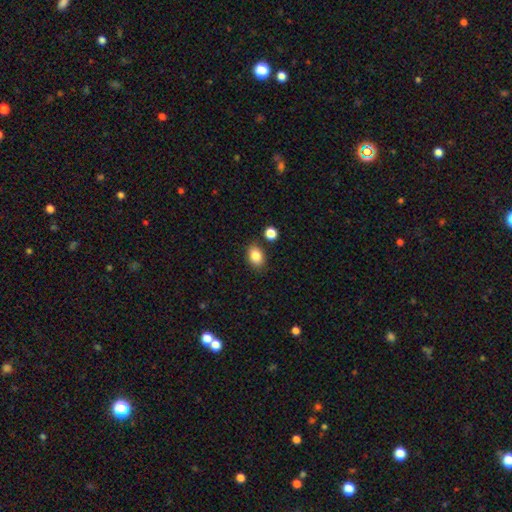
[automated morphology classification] This is clearly a smooth galaxy (84%). How rounded: likely in between (75%). Merging: clearly none (83%).